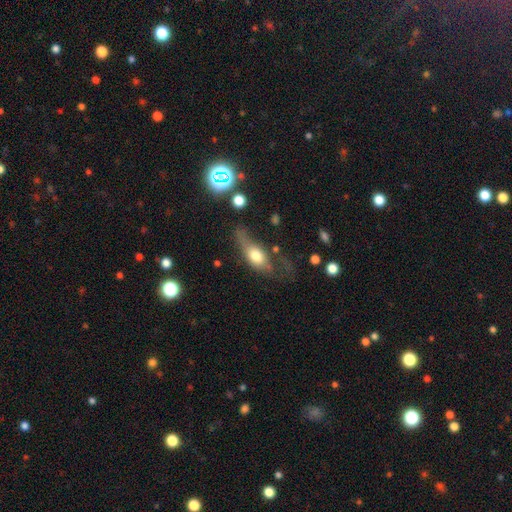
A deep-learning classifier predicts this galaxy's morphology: Smooth or featured? smooth (56%)
How rounded? in between (71%)
Merging? none (36%)